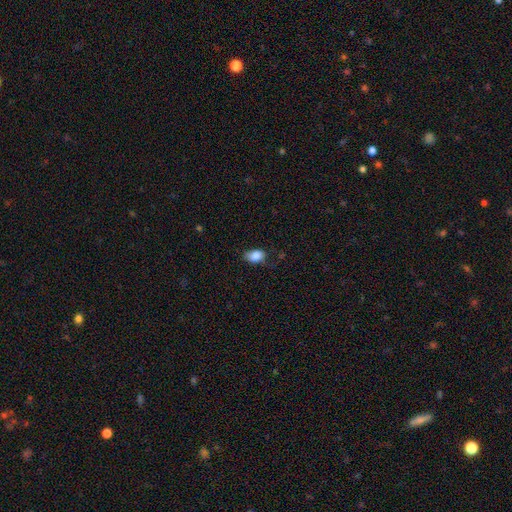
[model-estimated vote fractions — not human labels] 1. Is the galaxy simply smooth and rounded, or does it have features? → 86% smooth, 8% star or artifact, 6% featured or disk.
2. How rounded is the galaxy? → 85% in between, 14% round, 2% cigar-shaped.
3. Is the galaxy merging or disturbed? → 60% none, 30% minor disturbance, 8% major disturbance, 2% merger.